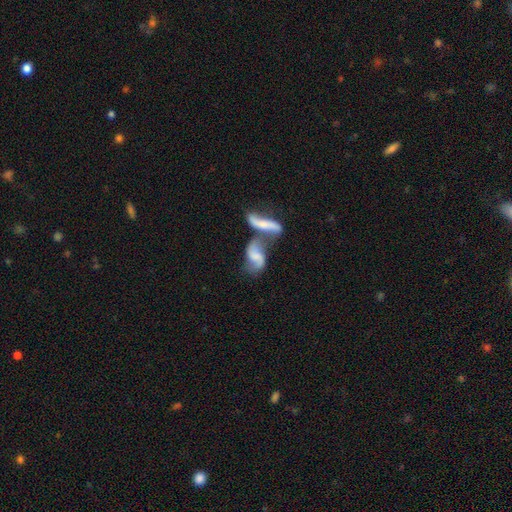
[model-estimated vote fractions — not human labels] A featured or disk galaxy (61%) with no bar (51%), spiral arms (86%) and no central bulge (33%). Merging: merger (57%).